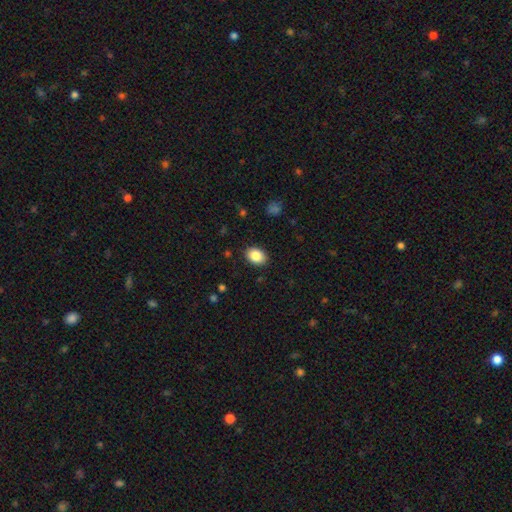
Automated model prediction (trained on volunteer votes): Smooth or featured? smooth (87%)
How rounded? in between (73%)
Merging? none (89%)